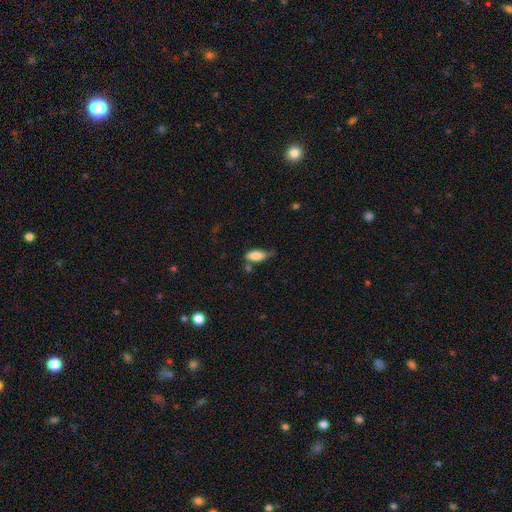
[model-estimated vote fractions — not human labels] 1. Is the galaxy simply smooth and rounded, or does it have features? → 82% smooth, 11% featured or disk, 8% star or artifact.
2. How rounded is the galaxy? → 85% in between, 12% cigar-shaped, 3% round.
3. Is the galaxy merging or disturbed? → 40% none, 38% minor disturbance, 12% major disturbance, 10% merger.